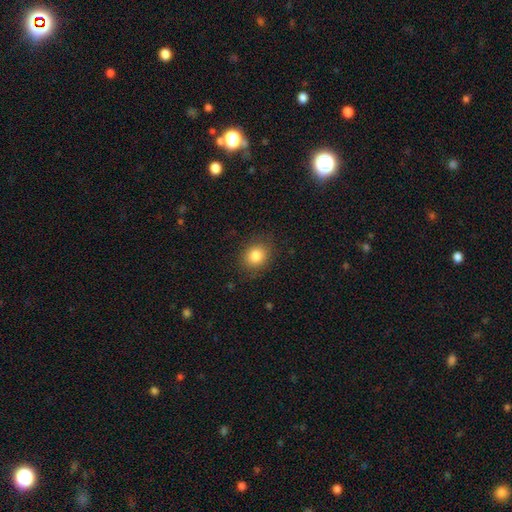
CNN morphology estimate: Overall: smooth (84%). How rounded: round (64%; in between 35%). Merging: none (84%).